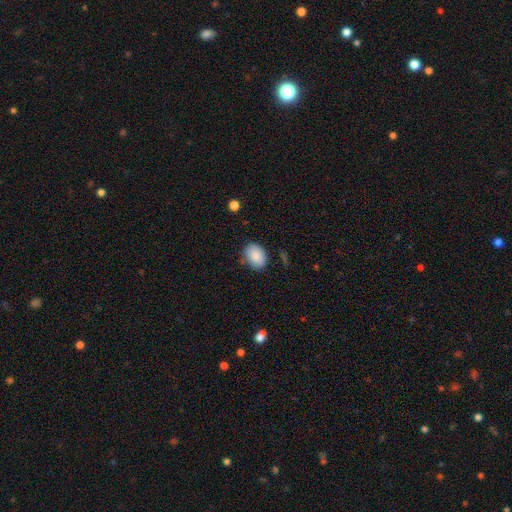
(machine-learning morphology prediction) smooth_or_featured: smooth (p=0.88) [alt: star or artifact p=0.07]
how_rounded: in between (p=0.74) [alt: round p=0.25]
merging: none (p=0.81) [alt: minor disturbance p=0.14]